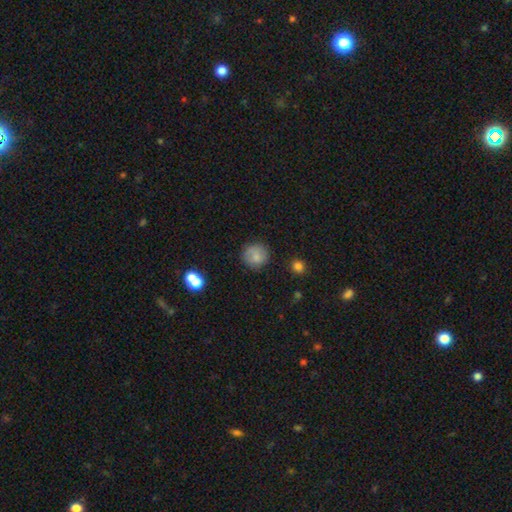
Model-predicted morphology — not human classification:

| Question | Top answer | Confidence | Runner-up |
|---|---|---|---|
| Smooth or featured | smooth | 78% | featured or disk (11%) |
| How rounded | round | 91% | in between (8%) |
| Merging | none | 79% | minor disturbance (15%) |